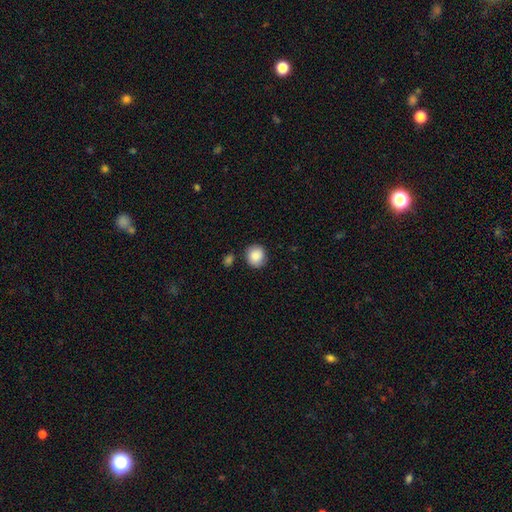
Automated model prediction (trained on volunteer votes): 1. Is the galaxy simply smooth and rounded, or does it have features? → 87% smooth, 8% star or artifact, 5% featured or disk.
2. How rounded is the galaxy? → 85% round, 14% in between, 1% cigar-shaped.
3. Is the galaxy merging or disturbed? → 81% none, 12% minor disturbance, 4% merger, 3% major disturbance.